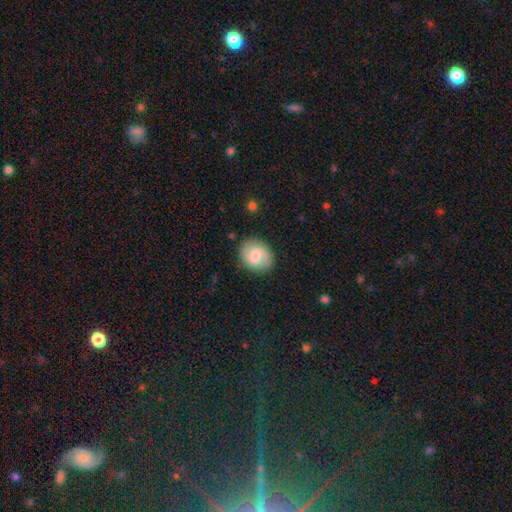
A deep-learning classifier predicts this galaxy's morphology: Smooth or featured: featured or disk — 52% (smooth — 41%)
Edge-on disk: no — 98% (yes — 2%)
Bar: weak — 54% (no — 35%)
Spiral arms: yes — 88% (no — 12%)
Bulge size: moderate — 54% (small — 35%)
Merging: none — 83% (minor disturbance — 12%)